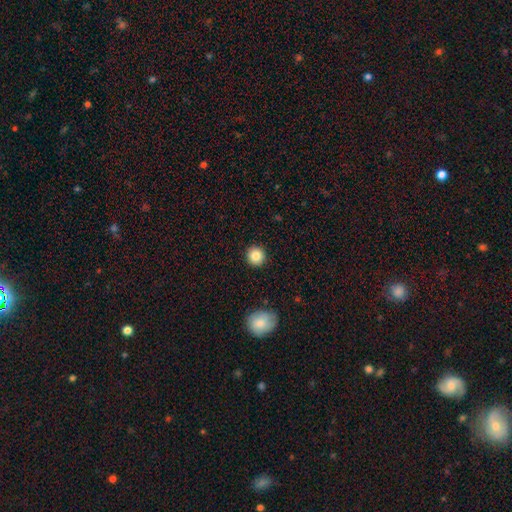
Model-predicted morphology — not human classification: Overall: smooth (85%). How rounded: round (93%). Merging: none (92%).